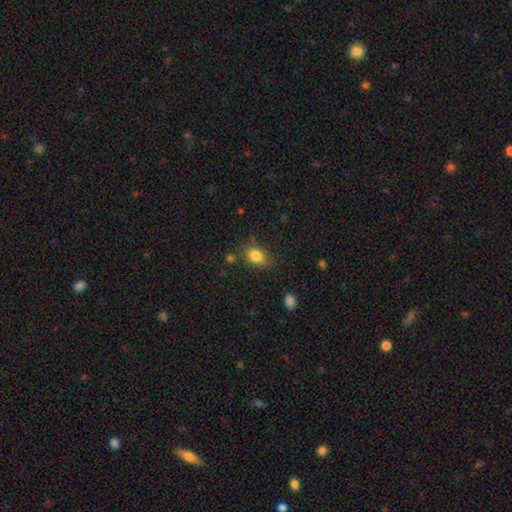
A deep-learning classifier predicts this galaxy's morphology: type=smooth (84%); roundness=in between (70%); merging=none (72%).